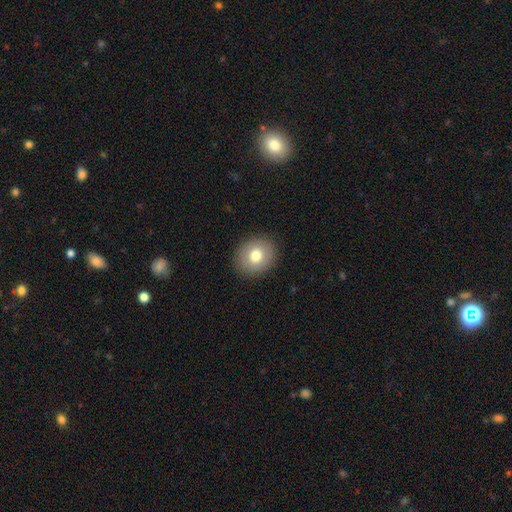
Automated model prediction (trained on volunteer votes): A smooth galaxy with no disk features (76%) that is round (72%).

Vote fractions:
- Smooth or featured? smooth: 76% / featured or disk: 15% / star or artifact: 9%
- How rounded? round: 72% / in between: 27% / cigar-shaped: 1%
- Merging? none: 90% / minor disturbance: 7% / major disturbance: 2% / merger: 1%